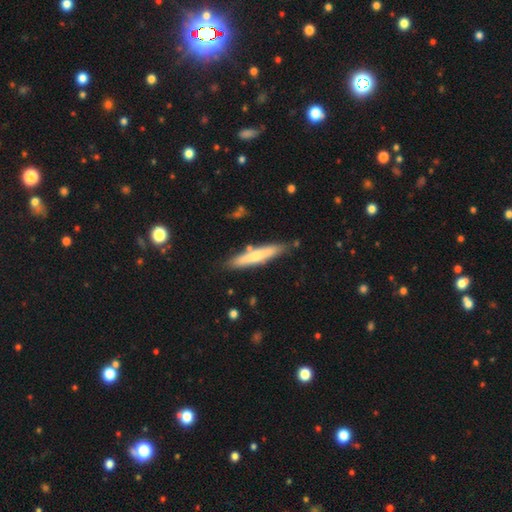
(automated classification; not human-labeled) Q: Smooth or featured?
A: smooth (61%); runner-up: featured or disk (33%)
Q: How rounded?
A: cigar-shaped (89%); runner-up: in between (9%)
Q: Merging?
A: none (81%); runner-up: minor disturbance (12%)